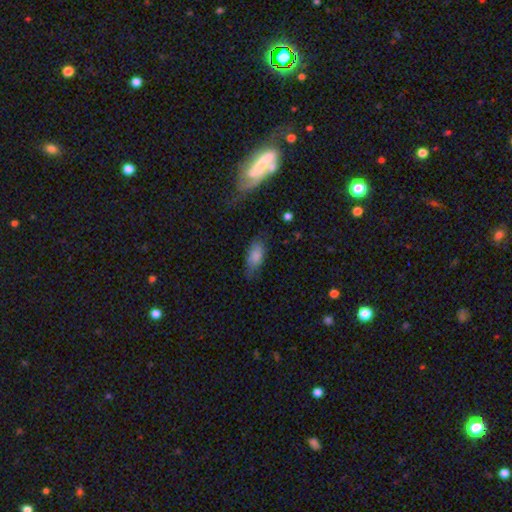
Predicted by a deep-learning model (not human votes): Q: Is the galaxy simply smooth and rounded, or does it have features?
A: smooth — 81%.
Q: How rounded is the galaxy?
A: in between — 84%.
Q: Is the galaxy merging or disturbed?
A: none — 63%.